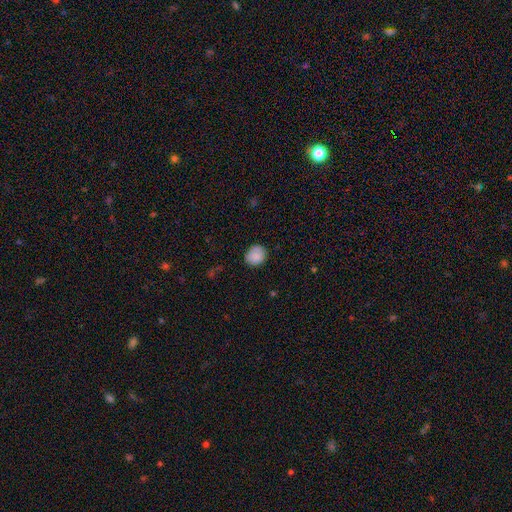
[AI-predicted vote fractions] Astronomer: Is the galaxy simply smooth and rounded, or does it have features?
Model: smooth — 86%.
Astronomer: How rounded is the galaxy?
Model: round — 69%.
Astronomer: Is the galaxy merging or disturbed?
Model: none — 78%.